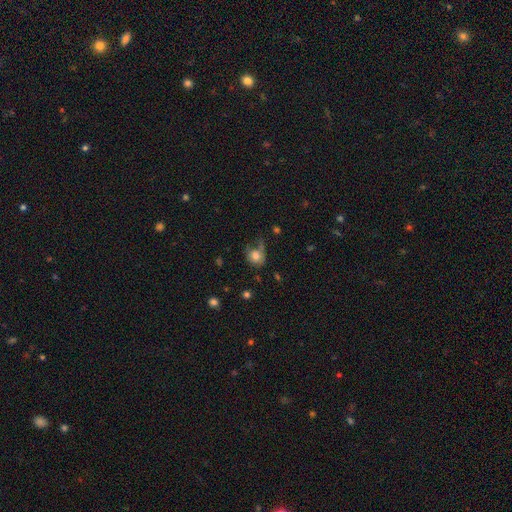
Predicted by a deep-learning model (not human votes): Smooth or featured? Predicted: smooth (p=0.69). How rounded? Predicted: round (p=0.58). Merging? Predicted: none (p=0.37).